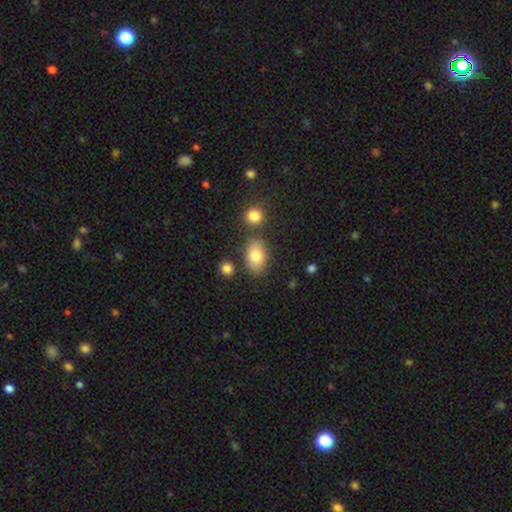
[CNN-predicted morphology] A smooth galaxy with no disk features (82%) that is in between round and cigar-shaped (86%).

Vote fractions:
- Smooth or featured? smooth: 82% / featured or disk: 10% / star or artifact: 8%
- How rounded? in between: 86% / round: 12% / cigar-shaped: 1%
- Merging? none: 76% / minor disturbance: 12% / merger: 9% / major disturbance: 4%